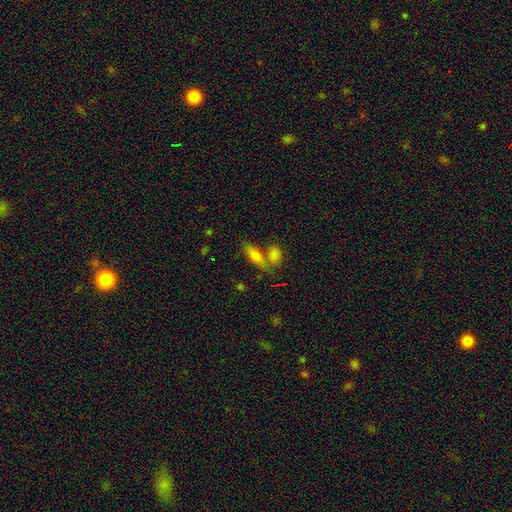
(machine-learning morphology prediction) Smooth or featured? smooth (69%)
How rounded? in between (60%)
Merging? none (52%)